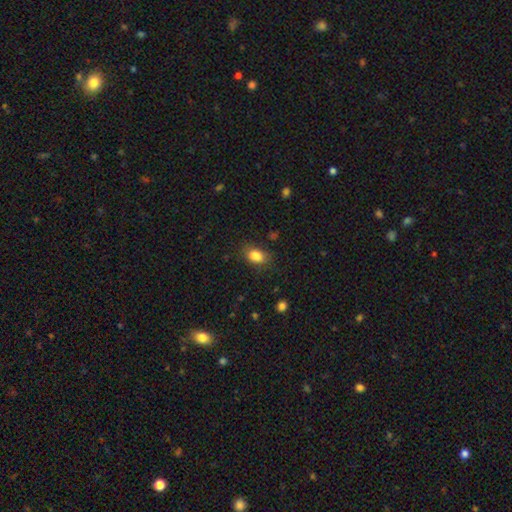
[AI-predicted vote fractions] The model was most divided on "how rounded": in between: 81%, round: 17%, cigar-shaped: 2%. More confident: smooth or featured — smooth (85%); merging — none (79%).